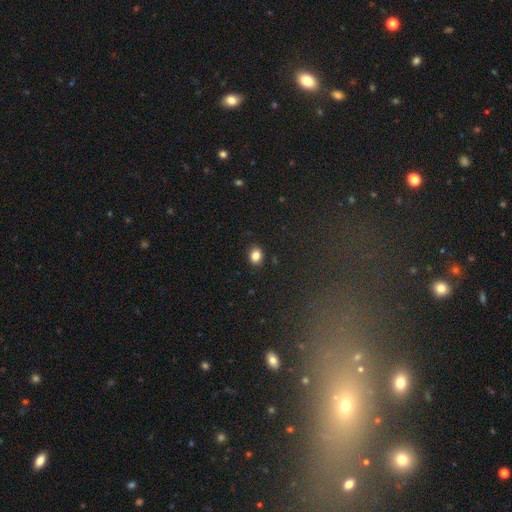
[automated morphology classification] Smooth or featured: smooth — 84% (star or artifact — 11%)
How rounded: in between — 51% (round — 48%)
Merging: none — 88% (minor disturbance — 8%)